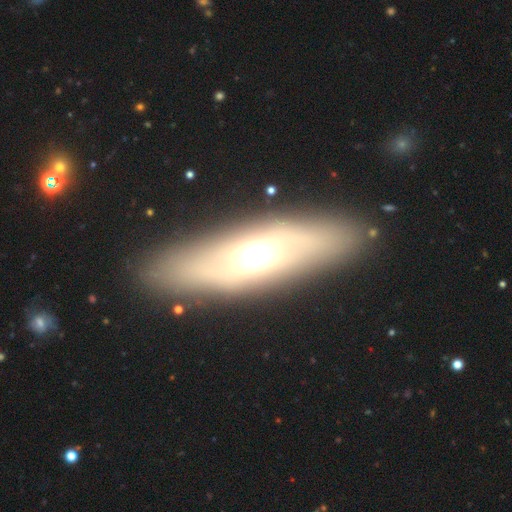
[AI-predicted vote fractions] Smooth or featured? Predicted: featured or disk (p=0.49). Merging? Predicted: none (p=0.87).